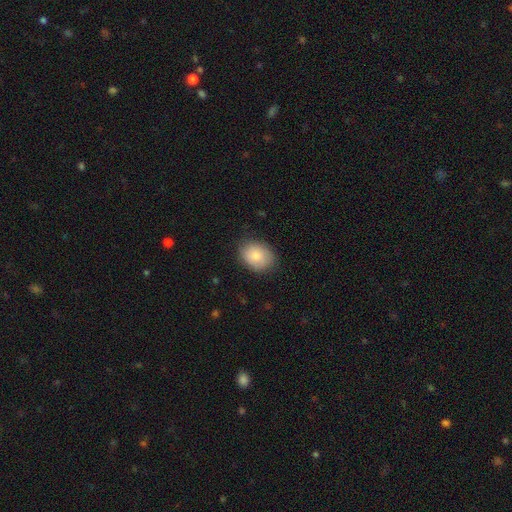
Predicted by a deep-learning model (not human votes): Smooth or featured? smooth (84%)
How rounded? in between (58%)
Merging? none (79%)